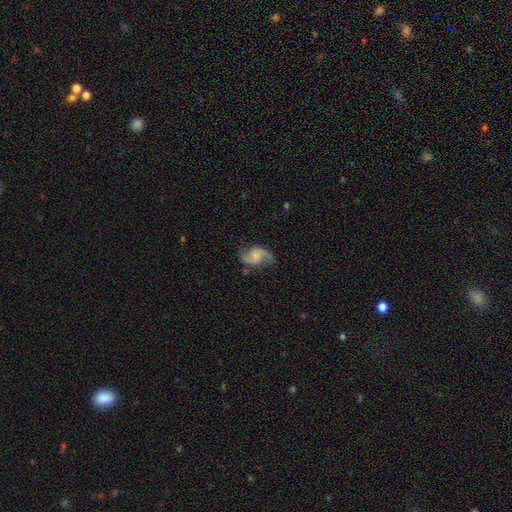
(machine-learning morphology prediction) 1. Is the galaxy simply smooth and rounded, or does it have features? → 83% featured or disk, 11% smooth, 6% star or artifact.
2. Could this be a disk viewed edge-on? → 98% no, 2% yes.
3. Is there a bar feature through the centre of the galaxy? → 56% no, 37% weak, 7% strong.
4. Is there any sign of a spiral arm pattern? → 97% yes, 3% no.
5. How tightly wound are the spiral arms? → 56% loose, 36% medium, 8% tight.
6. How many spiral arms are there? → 93% 2, 2% 1, 2% can't tell, 1% 3, 1% 4, 1% more than 4.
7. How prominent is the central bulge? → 36% none (tied), 36% small (tied), 21% moderate, 6% large, 2% dominant.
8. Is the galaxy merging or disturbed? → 76% none, 16% minor disturbance, 7% major disturbance, 2% merger.